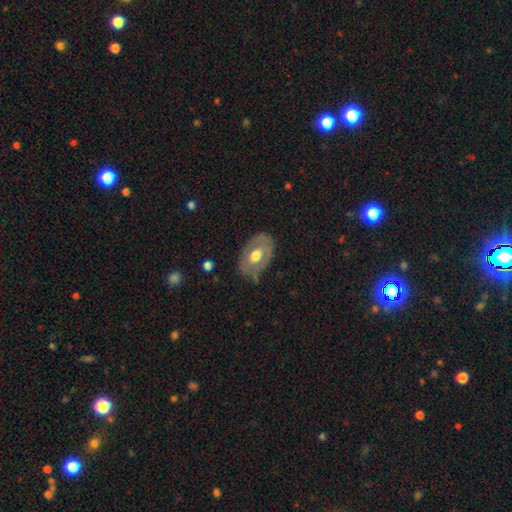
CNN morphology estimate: Smooth or featured?
  - featured or disk: 51% *
  - smooth: 43%
  - star or artifact: 6%
Edge-on disk?
  - no: 91% *
  - yes: 9%
Merging?
  - none: 65% *
  - minor disturbance: 25%
  - major disturbance: 8%
  - merger: 2%